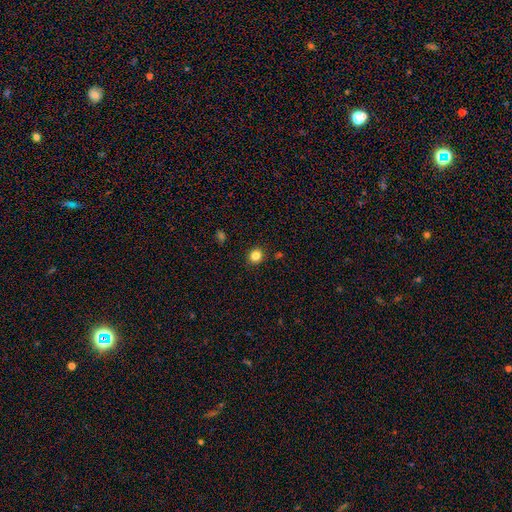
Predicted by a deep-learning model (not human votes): A smooth galaxy with no disk features (83%) that is round (86%).

Vote fractions:
- Smooth or featured? smooth: 83% / star or artifact: 12% / featured or disk: 5%
- How rounded? round: 86% / in between: 13% / cigar-shaped: 1%
- Merging? none: 90% / minor disturbance: 6% / major disturbance: 2% / merger: 2%